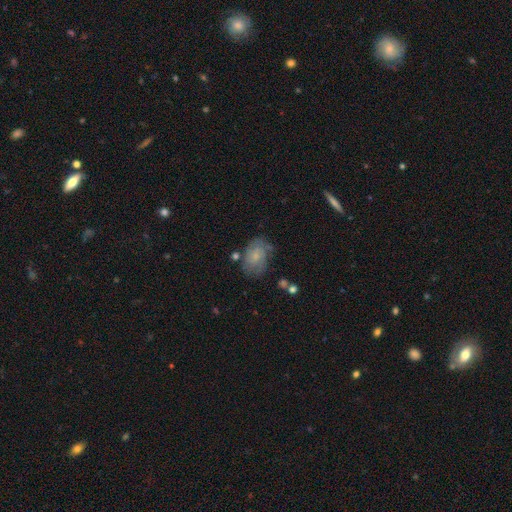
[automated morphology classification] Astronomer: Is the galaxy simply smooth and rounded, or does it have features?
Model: featured or disk — 47% (runner-up: smooth, 44%).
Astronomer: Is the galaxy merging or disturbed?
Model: none — 60%.